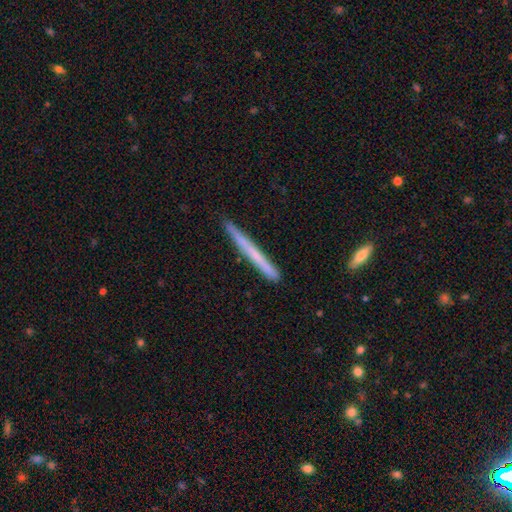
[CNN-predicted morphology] Smooth or featured?
  - smooth: 57% *
  - featured or disk: 37%
  - star or artifact: 6%
How rounded?
  - cigar-shaped: 97% *
  - in between: 1%
  - round: 1%
Merging?
  - none: 86% *
  - minor disturbance: 10%
  - major disturbance: 2%
  - merger: 2%